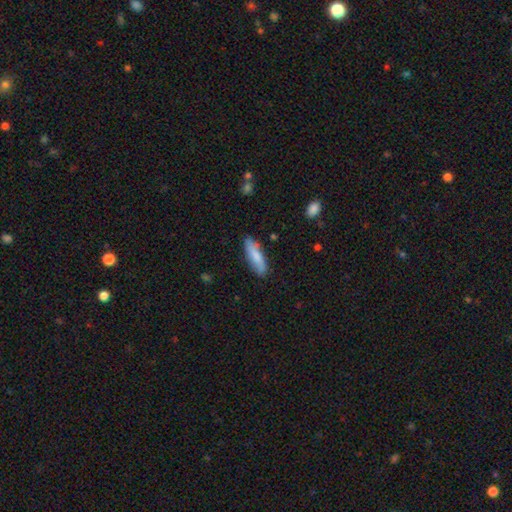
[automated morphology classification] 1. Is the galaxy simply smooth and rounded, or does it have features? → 76% smooth, 18% featured or disk, 6% star or artifact.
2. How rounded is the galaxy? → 56% cigar-shaped, 42% in between, 2% round.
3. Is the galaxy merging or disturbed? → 82% none, 14% minor disturbance, 2% major disturbance, 2% merger.